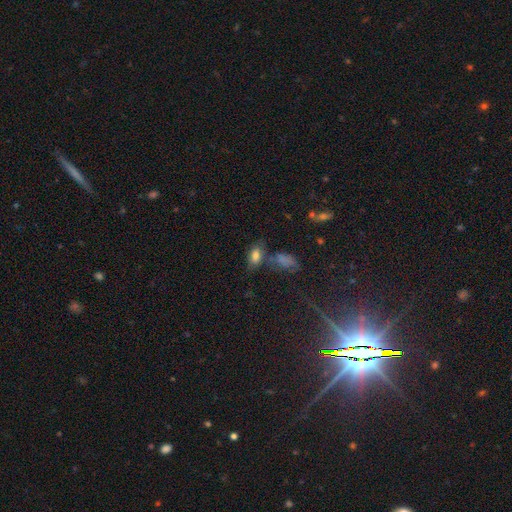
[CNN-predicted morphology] smooth-or-featured: smooth: 77% | star or artifact: 12% | featured or disk: 11%
  how-rounded: in between: 89% | round: 6% | cigar-shaped: 5%
  merging: none: 55% | merger: 21% | minor disturbance: 17% | major disturbance: 7%